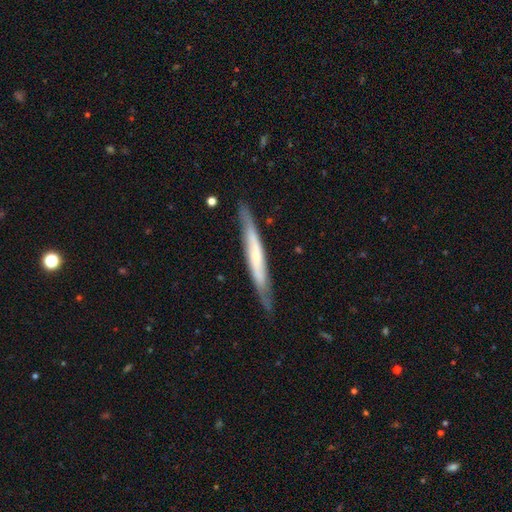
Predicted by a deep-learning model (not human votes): A featured or disk galaxy (60%) viewed edge-on (83%).

Vote fractions:
- Smooth or featured? featured or disk: 60% / smooth: 34% / star or artifact: 6%
- Edge-on disk? yes: 83% / no: 17%
- Merging? none: 83% / minor disturbance: 13% / major disturbance: 3% / merger: 1%